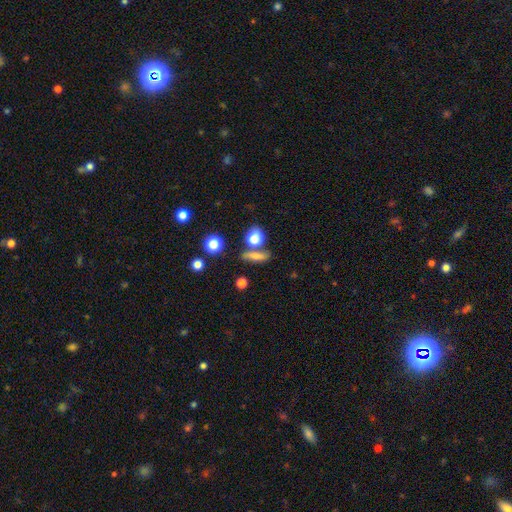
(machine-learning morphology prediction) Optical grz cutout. It shows a smooth galaxy with no disk features (66%) that is cigar-shaped (40%). Merging: none (63%).